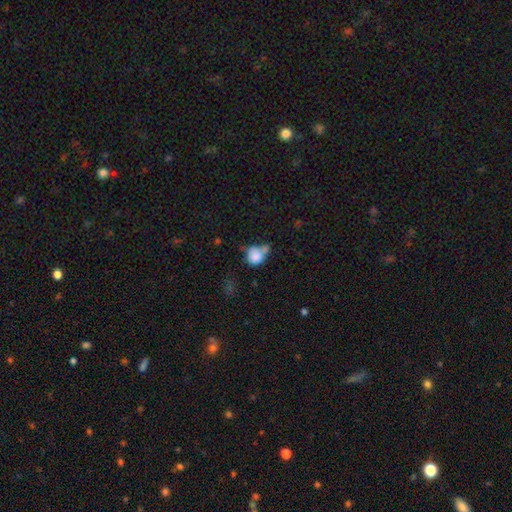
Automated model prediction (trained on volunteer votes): Smooth or featured: smooth — 80% (featured or disk — 11%)
How rounded: round — 74% (in between — 24%)
Merging: merger — 34% (tied with none — 34%)